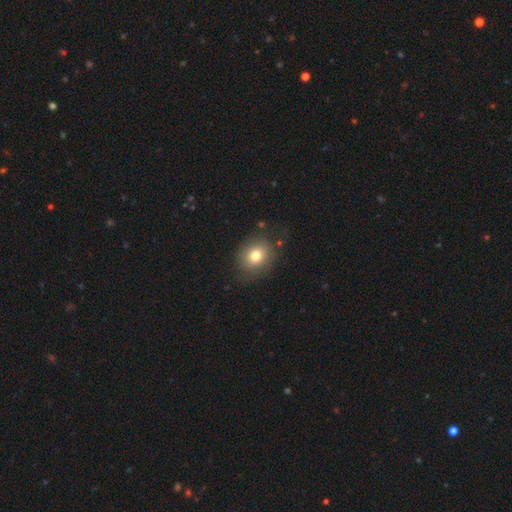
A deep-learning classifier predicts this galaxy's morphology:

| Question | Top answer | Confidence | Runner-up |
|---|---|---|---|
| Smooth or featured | smooth | 78% | featured or disk (11%) |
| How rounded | round | 60% | in between (39%) |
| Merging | none | 80% | minor disturbance (13%) |